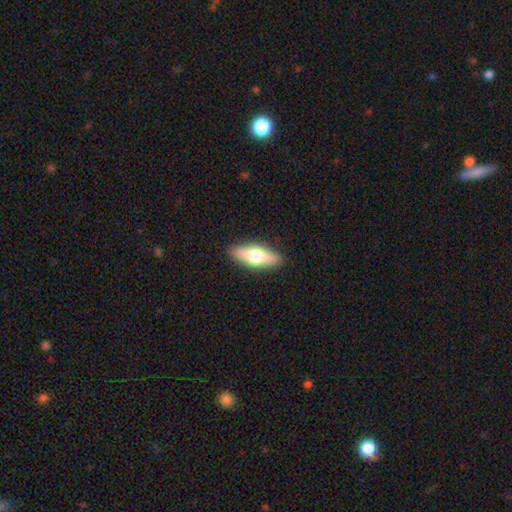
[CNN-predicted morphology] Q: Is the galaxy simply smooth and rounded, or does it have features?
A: smooth — 59%.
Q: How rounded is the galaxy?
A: in between — 57%.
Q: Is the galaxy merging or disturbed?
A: none — 89%.